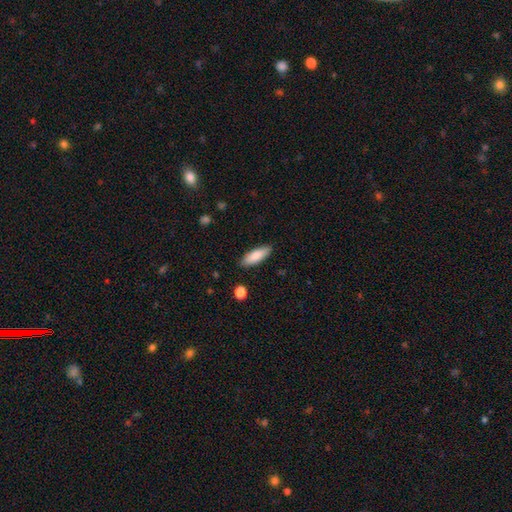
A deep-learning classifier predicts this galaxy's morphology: Smooth or featured: smooth — 85% (featured or disk — 9%)
How rounded: in between — 61% (cigar-shaped — 37%)
Merging: none — 87% (minor disturbance — 9%)